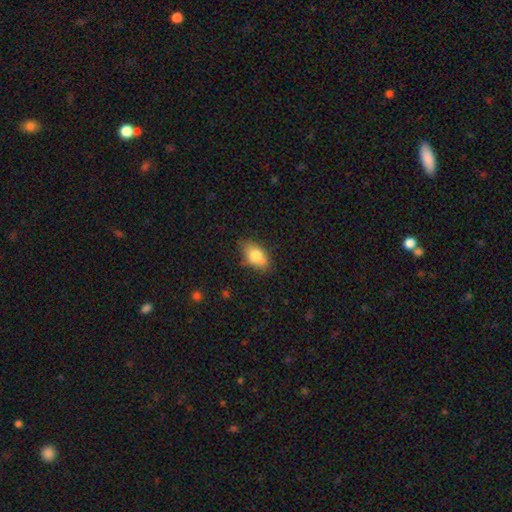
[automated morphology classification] Smooth or featured? Predicted: smooth (p=0.76). How rounded? Predicted: in between (p=0.88). Merging? Predicted: none (p=0.70).